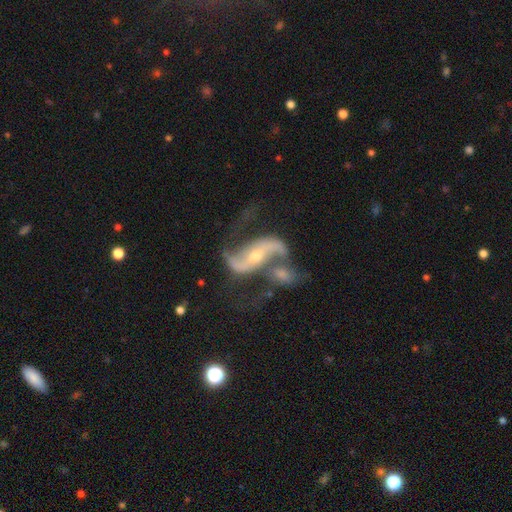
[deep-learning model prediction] featured or disk 89%, smooth 5%, star or artifact 5%. Down the decision tree: edge-on disk — no (96%); bar — strong (41%); spiral arms — yes (95%); spiral arm count — 2 (92%); spiral winding — loose (68%); bulge size — moderate (53%); merging — none (43%).